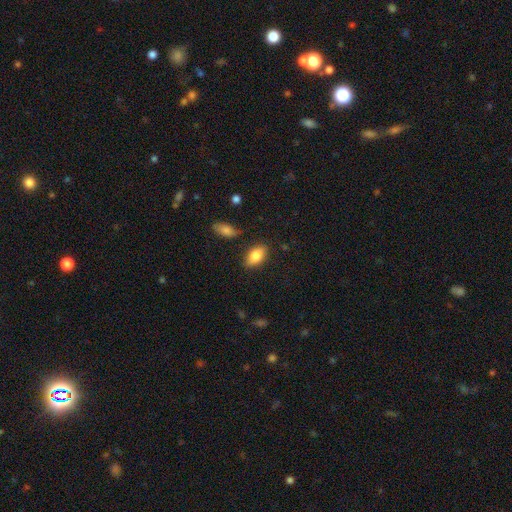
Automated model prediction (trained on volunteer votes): smooth-or-featured: smooth: 82% | featured or disk: 11% | star or artifact: 7%
  how-rounded: in between: 90% | round: 6% | cigar-shaped: 4%
  merging: none: 83% | minor disturbance: 12% | major disturbance: 3% | merger: 3%